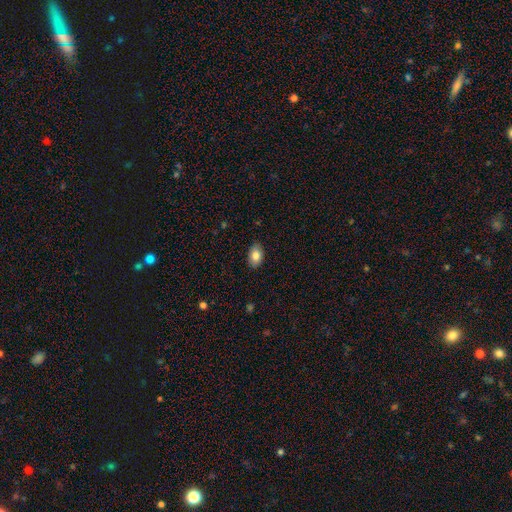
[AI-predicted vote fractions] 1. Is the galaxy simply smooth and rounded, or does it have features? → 83% smooth, 10% featured or disk, 7% star or artifact.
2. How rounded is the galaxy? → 89% in between, 10% round, 1% cigar-shaped.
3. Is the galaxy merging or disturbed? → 87% none, 10% minor disturbance, 2% major disturbance, 1% merger.